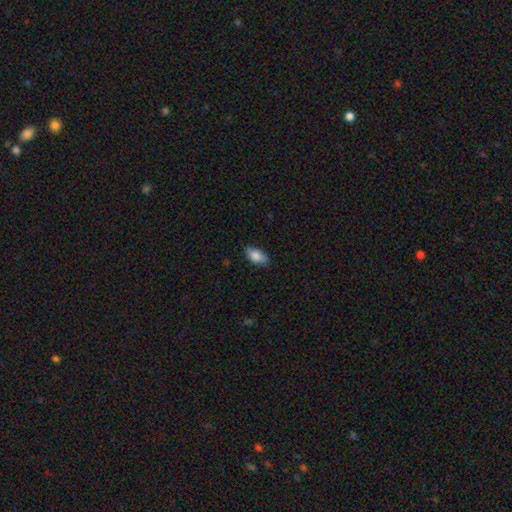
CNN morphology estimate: smooth 84%, featured or disk 9%, star or artifact 7%. Down the decision tree: how rounded — in between (90%); merging — none (81%).